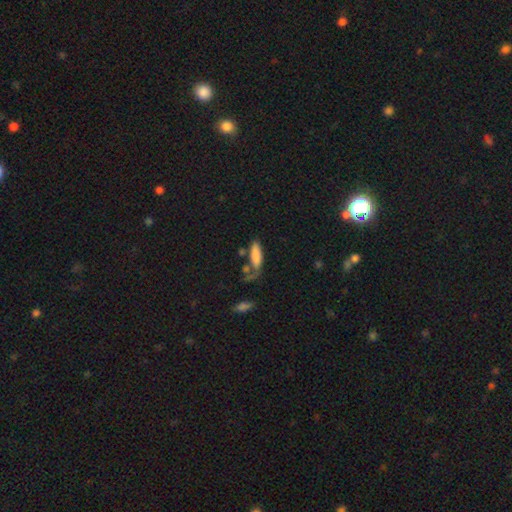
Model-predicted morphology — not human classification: A smooth galaxy with no disk features (82%) that is in between round and cigar-shaped (57%).

Vote fractions:
- Smooth or featured? smooth: 82% / featured or disk: 11% / star or artifact: 8%
- How rounded? in between: 57% / cigar-shaped: 41% / round: 3%
- Merging? none: 51% / merger: 19% / minor disturbance: 18% / major disturbance: 12%